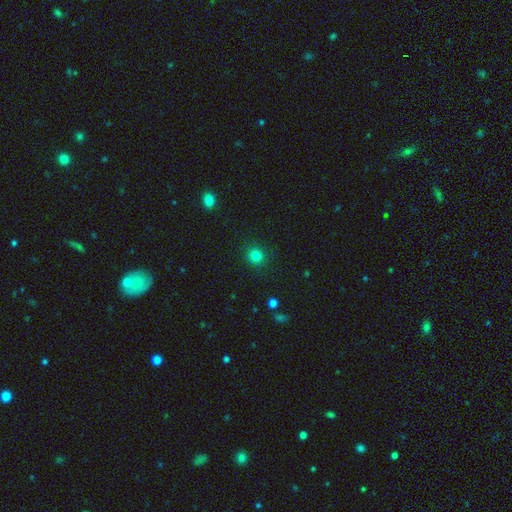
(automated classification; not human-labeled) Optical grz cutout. It shows a smooth galaxy with no disk features (82%) that is round (92%). Merging: none (90%).